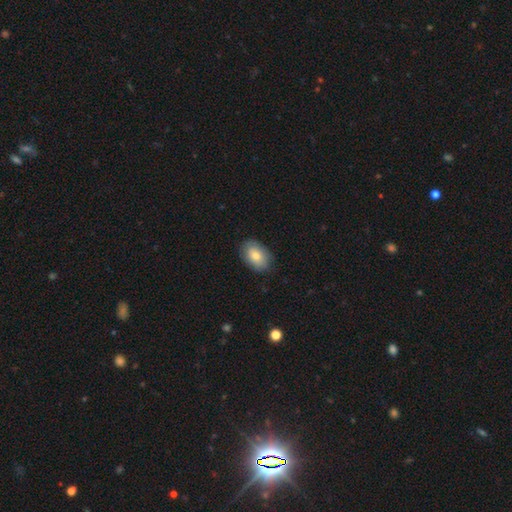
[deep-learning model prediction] Smooth or featured: smooth — 78% (featured or disk — 15%)
How rounded: in between — 86% (round — 13%)
Merging: none — 83% (minor disturbance — 13%)